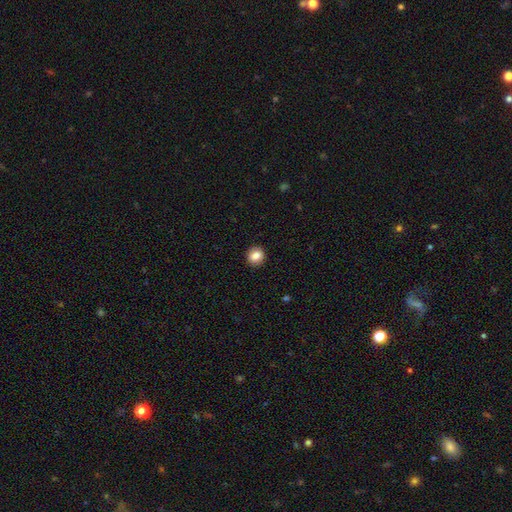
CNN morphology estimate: This appears to be a smooth galaxy with no disk features (83%) that is round (78%). Merging: none (91%).